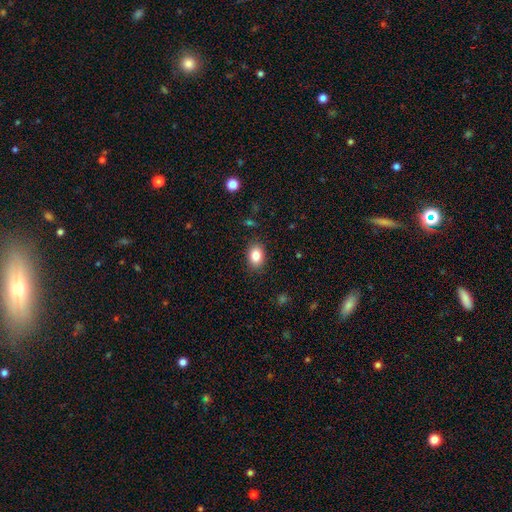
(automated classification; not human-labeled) Morphology: type=smooth (84%); roundness=in between (76%); merging=none (87%).